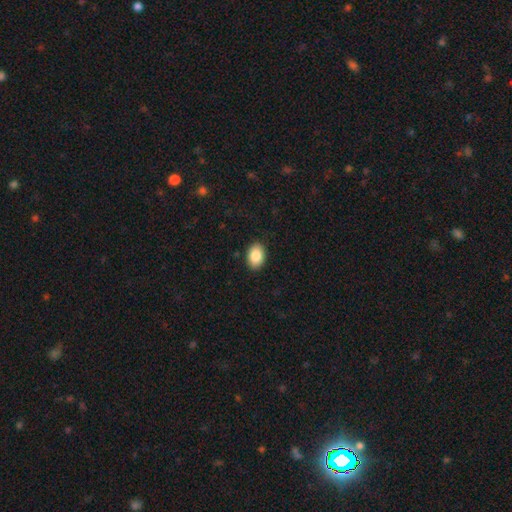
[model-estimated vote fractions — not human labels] Morphology: type=smooth (87%); roundness=in between (84%); merging=none (90%).